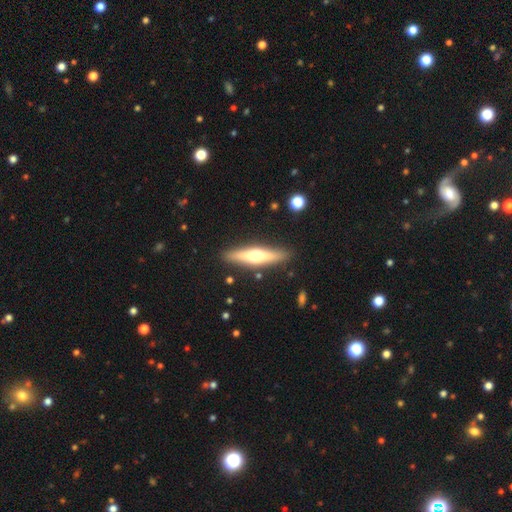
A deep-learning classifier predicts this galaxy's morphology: type=featured or disk (55%); edge-on=yes (93%); edge-on bulge=rounded (91%); merging=none (88%).